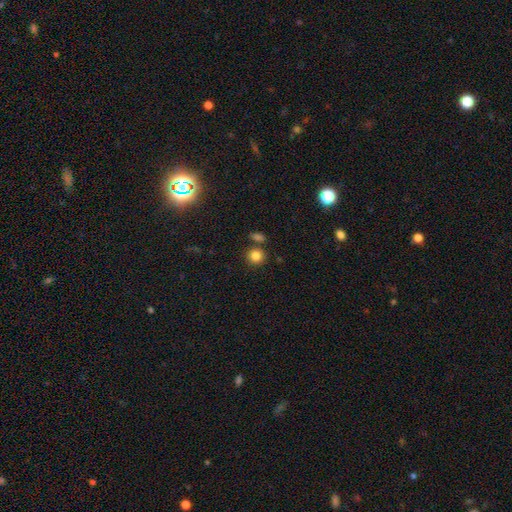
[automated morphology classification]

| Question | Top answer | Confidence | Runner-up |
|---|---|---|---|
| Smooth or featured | smooth | 83% | star or artifact (12%) |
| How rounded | round | 89% | in between (10%) |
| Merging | none | 77% | merger (12%) |